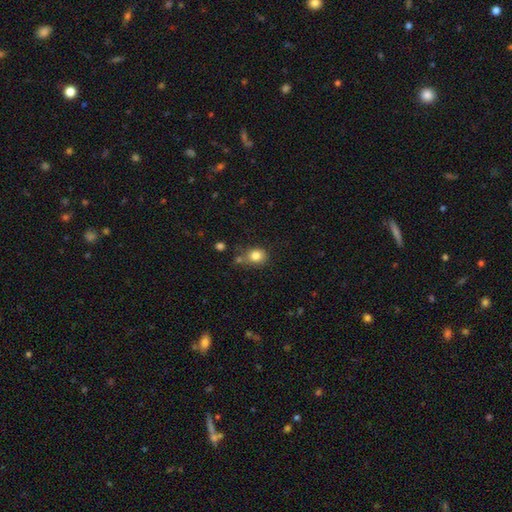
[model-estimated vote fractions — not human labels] Morphology: type=smooth (82%); roundness=round (66%); merging=none (61%).